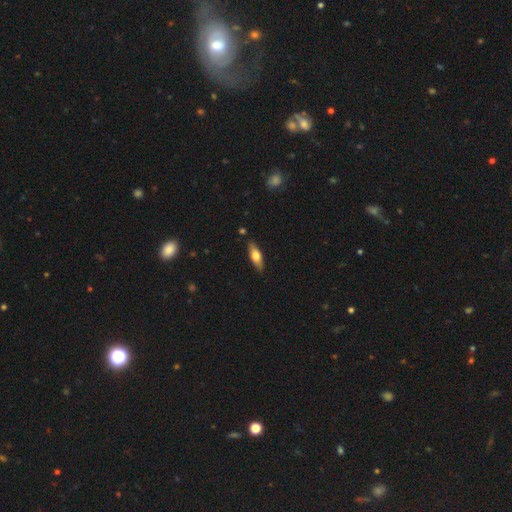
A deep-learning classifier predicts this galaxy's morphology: This appears to be a smooth galaxy with no disk features (60%) that is in between round and cigar-shaped (54%). Merging: none (85%).